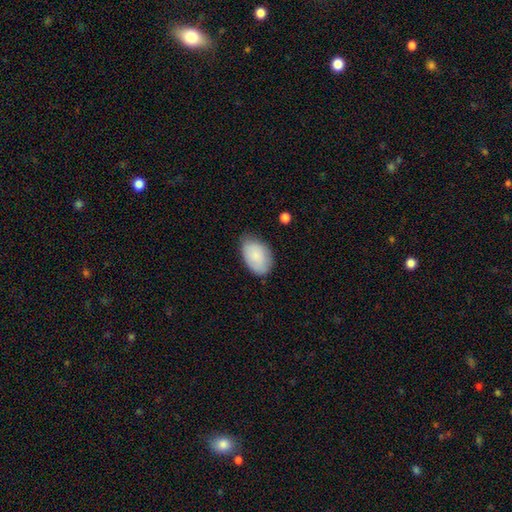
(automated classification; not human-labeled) smooth 86%, featured or disk 8%, star or artifact 6%. Down the decision tree: how rounded — in between (92%); merging — none (67%).